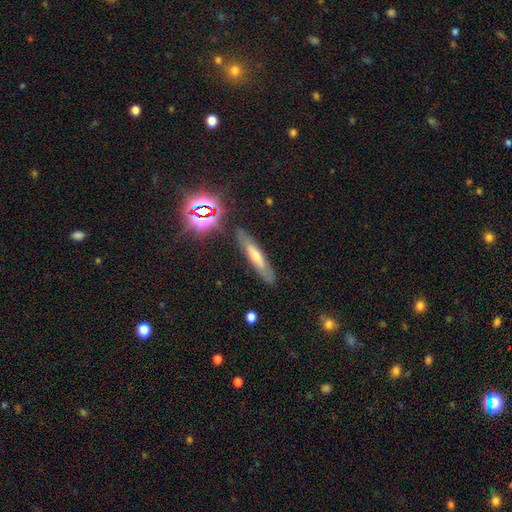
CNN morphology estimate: A smooth galaxy with no disk features (42%, tied with featured or disk).

Vote fractions:
- Smooth or featured? smooth: 42% (tied) / featured or disk: 42% (tied) / star or artifact: 17%
- Merging? none: 85% / minor disturbance: 10% / major disturbance: 3% / merger: 2%